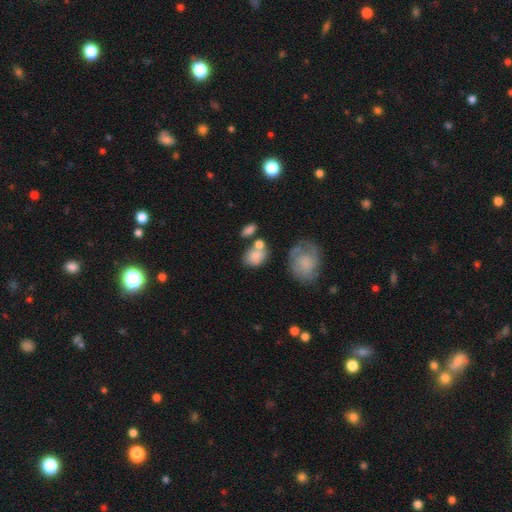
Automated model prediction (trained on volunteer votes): This is likely a smooth galaxy (74%). How rounded: possibly in between (52%). Merging: possibly none (48%).